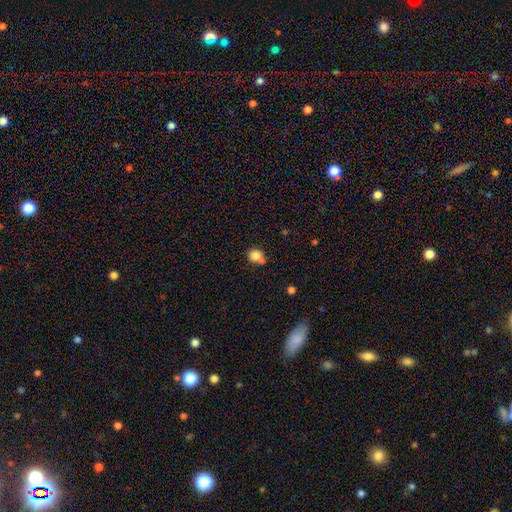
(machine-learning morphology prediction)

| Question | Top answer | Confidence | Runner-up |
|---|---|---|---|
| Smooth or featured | smooth | 82% | star or artifact (11%) |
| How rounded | round | 84% | in between (15%) |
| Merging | none | 58% | merger (24%) |